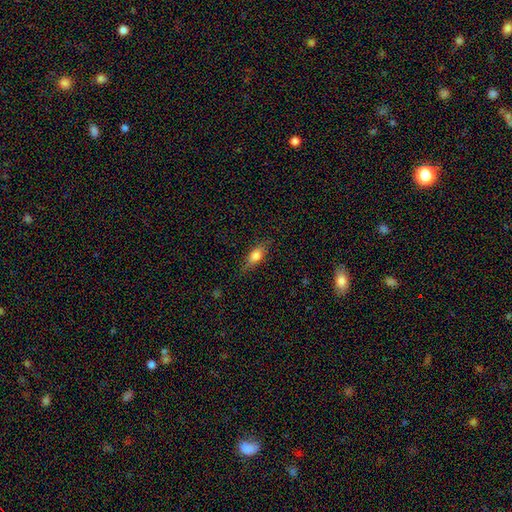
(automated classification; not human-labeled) This is likely a smooth galaxy (72%). How rounded: likely in between (70%). Merging: likely none (75%).